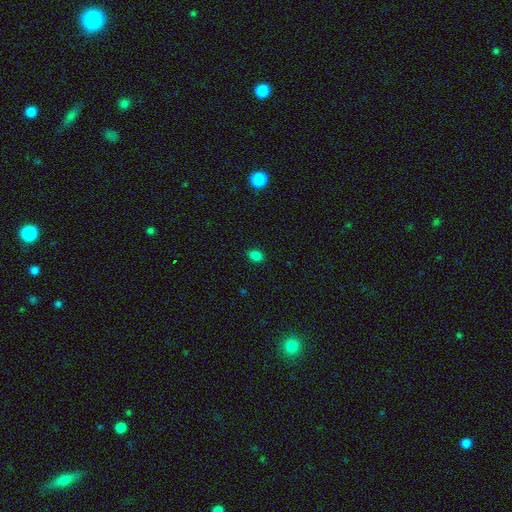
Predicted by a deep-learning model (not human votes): A smooth galaxy with no disk features (83%) that is in between round and cigar-shaped (68%).

Vote fractions:
- Smooth or featured? smooth: 83% / star or artifact: 14% / featured or disk: 3%
- How rounded? in between: 68% / round: 31% / cigar-shaped: 1%
- Merging? none: 88% / minor disturbance: 8% / major disturbance: 2% / merger: 1%